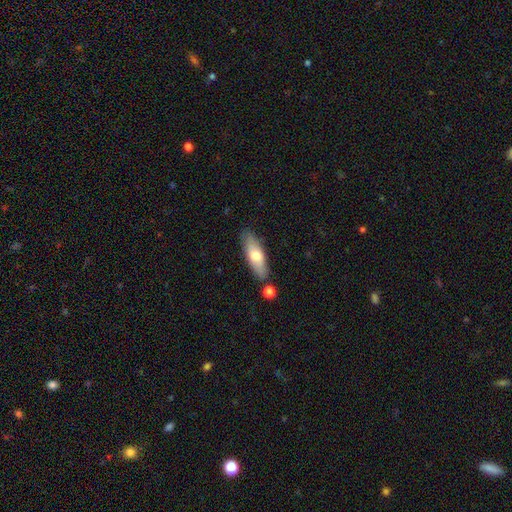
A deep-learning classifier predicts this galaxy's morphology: smooth 66%, featured or disk 28%, star or artifact 6%. Down the decision tree: how rounded — in between (57%); merging — none (78%).